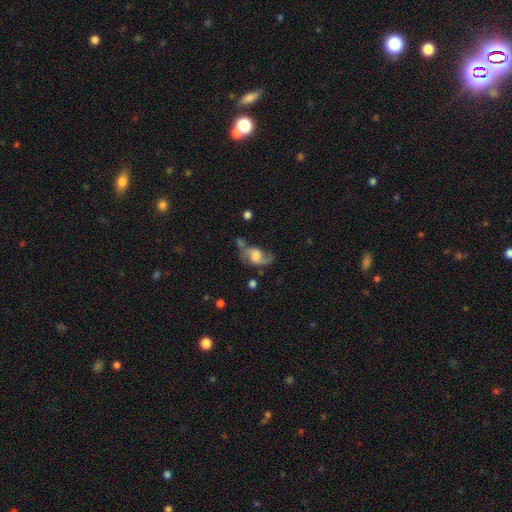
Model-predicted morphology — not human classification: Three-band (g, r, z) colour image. It shows a featured or disk galaxy (73%) with no bar (49%), 2 (88%) loose (56%) spiral arms (91%) and a large central bulge (35%). Merging: none (56%).